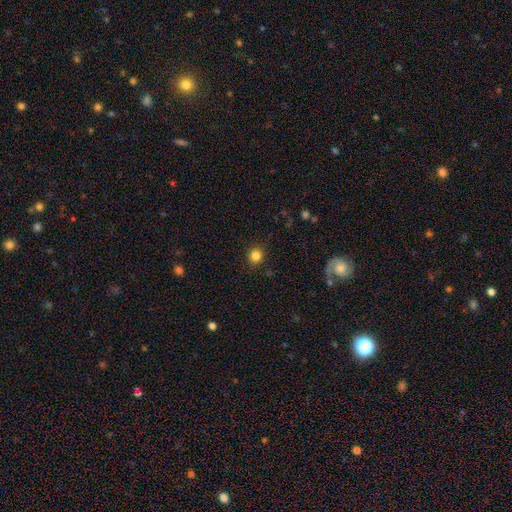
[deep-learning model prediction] The model was most divided on "how rounded": round: 85%, in between: 14%, cigar-shaped: 1%. More confident: merging — none (90%); smooth or featured — smooth (84%).